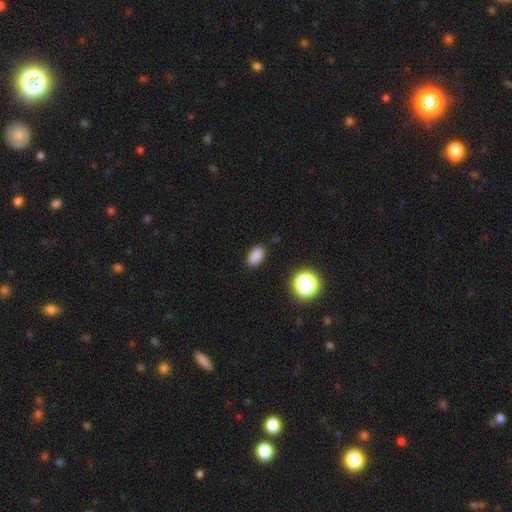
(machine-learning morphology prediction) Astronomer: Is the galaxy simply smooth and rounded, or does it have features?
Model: smooth — 84%.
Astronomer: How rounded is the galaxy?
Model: in between — 88%.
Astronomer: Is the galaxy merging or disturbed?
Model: none — 87%.